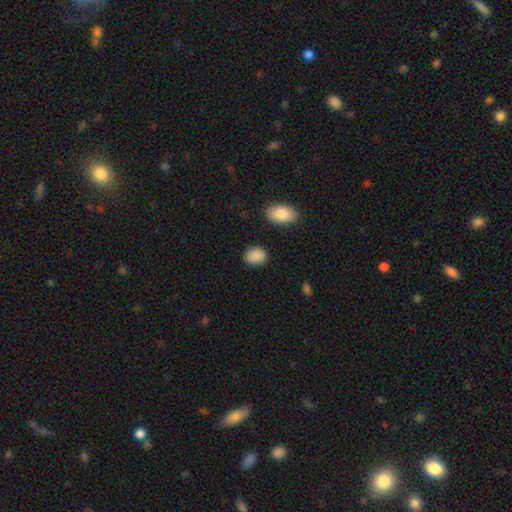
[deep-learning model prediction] Overall: smooth (89%). How rounded: in between (71%). Merging: none (83%).